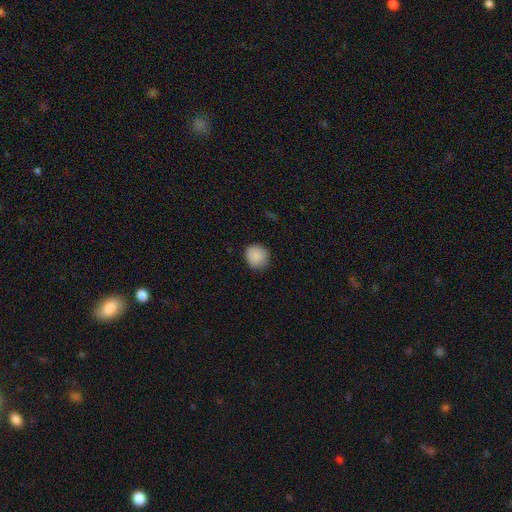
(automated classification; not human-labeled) smooth_or_featured: smooth (p=0.89) [alt: star or artifact p=0.08]
how_rounded: round (p=0.87) [alt: in between p=0.12]
merging: none (p=0.86) [alt: minor disturbance p=0.11]